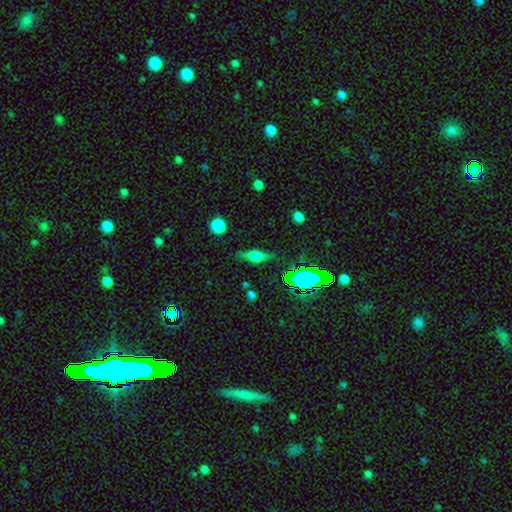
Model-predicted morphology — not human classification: Smooth or featured?
  - featured or disk: 52% *
  - smooth: 35%
  - star or artifact: 13%
Edge-on disk?
  - yes: 92% *
  - no: 8%
Merging?
  - none: 83% *
  - minor disturbance: 12%
  - major disturbance: 3%
  - merger: 2%